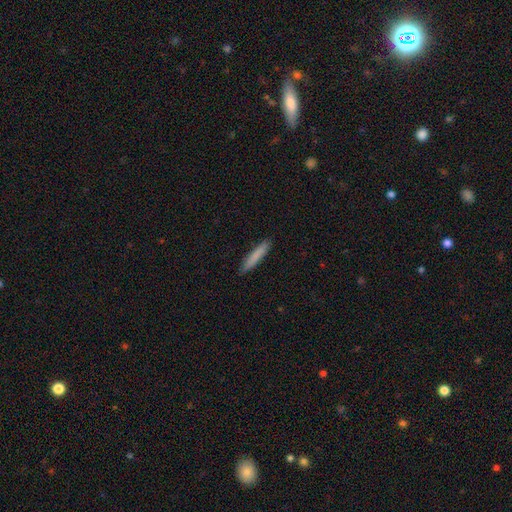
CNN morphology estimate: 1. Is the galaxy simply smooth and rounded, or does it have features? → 82% smooth, 12% featured or disk, 6% star or artifact.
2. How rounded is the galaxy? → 93% cigar-shaped, 6% in between, 1% round.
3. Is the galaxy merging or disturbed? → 90% none, 7% minor disturbance, 1% major disturbance, 1% merger.